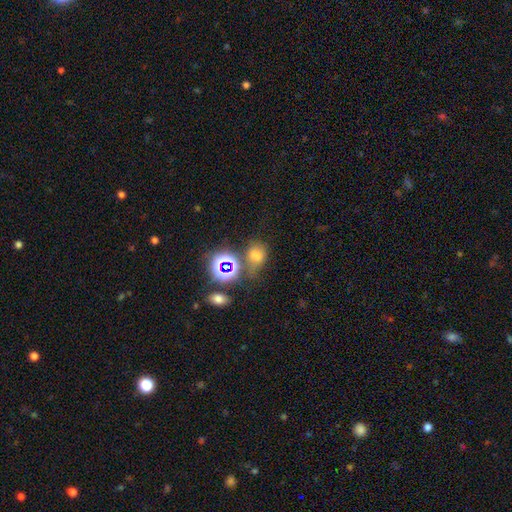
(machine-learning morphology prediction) The model was most divided on "how rounded": round: 53%, in between: 45%, cigar-shaped: 2%. More confident: merging — none (59%); smooth or featured — smooth (56%).